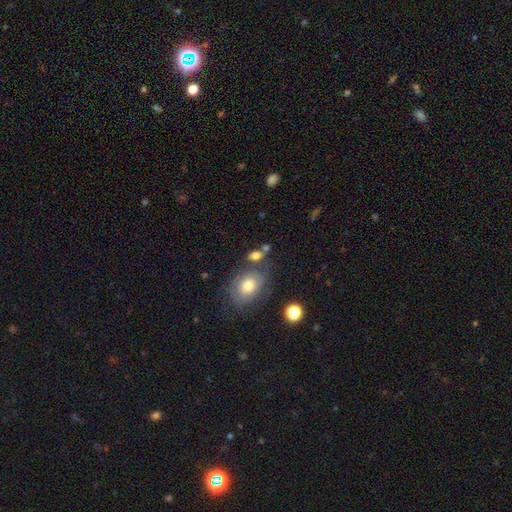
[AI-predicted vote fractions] The model was most divided on "merging": none: 56%, merger: 23%, minor disturbance: 15%, major disturbance: 7%. More confident: smooth or featured — smooth (74%); how rounded — in between (71%).